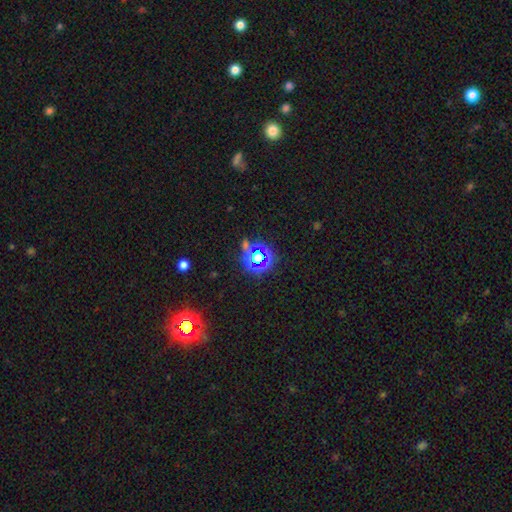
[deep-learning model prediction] smooth_or_featured: star or artifact (p=0.76) [alt: smooth p=0.17]